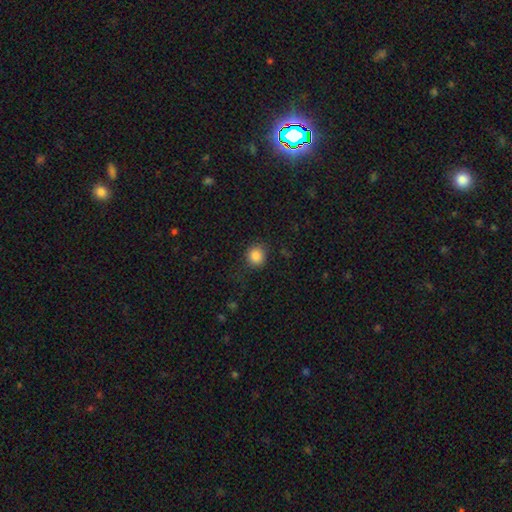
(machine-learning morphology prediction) A smooth galaxy with no disk features (86%) that is round (85%).

Vote fractions:
- Smooth or featured? smooth: 86% / star or artifact: 10% / featured or disk: 4%
- How rounded? round: 85% / in between: 14% / cigar-shaped: 1%
- Merging? none: 80% / minor disturbance: 14% / major disturbance: 5% / merger: 1%